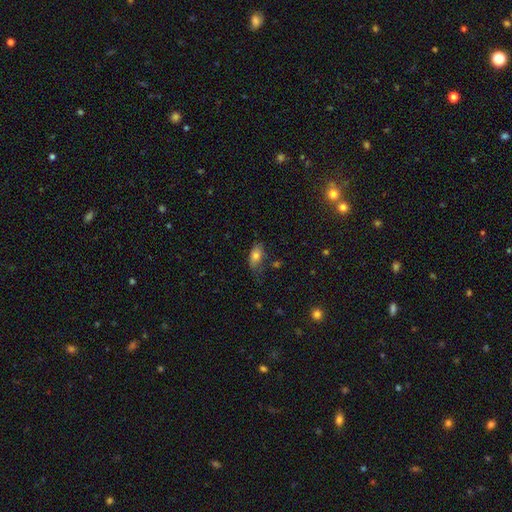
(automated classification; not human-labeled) Overall: smooth (75%). How rounded: in between (87%). Merging: none (55%; minor disturbance 31%).